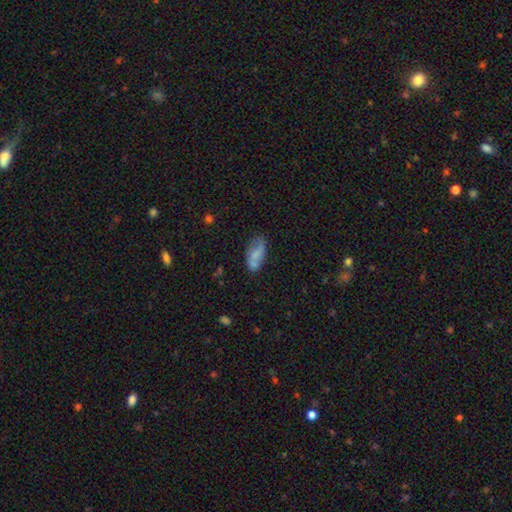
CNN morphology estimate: Smooth or featured? Predicted: smooth (p=0.62). How rounded? Predicted: in between (p=0.87). Merging? Predicted: none (p=0.55).